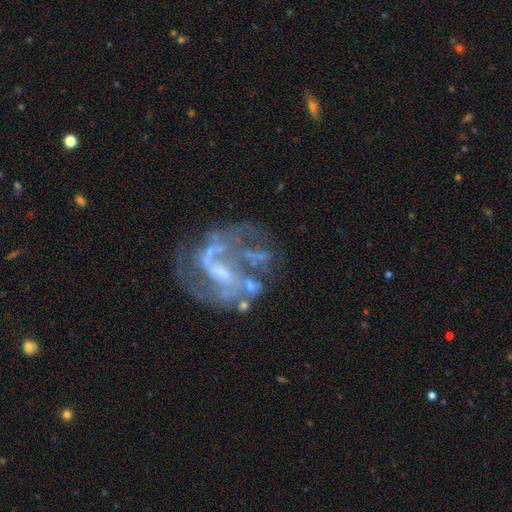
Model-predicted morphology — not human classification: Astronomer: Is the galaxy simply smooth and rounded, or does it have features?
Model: featured or disk — 85%.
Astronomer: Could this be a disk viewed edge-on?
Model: no — 98%.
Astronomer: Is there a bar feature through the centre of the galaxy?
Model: weak — 46% (runner-up: no, 37%).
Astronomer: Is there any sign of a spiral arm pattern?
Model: yes — 83%.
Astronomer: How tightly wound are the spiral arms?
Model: medium — 47% (runner-up: loose, 33%).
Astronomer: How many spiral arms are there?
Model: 2 — 44% (runner-up: can't tell, 22%).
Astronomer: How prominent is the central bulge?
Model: small — 38% (runner-up: none, 33%).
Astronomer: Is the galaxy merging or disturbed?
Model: none — 45% (runner-up: major disturbance, 28%).